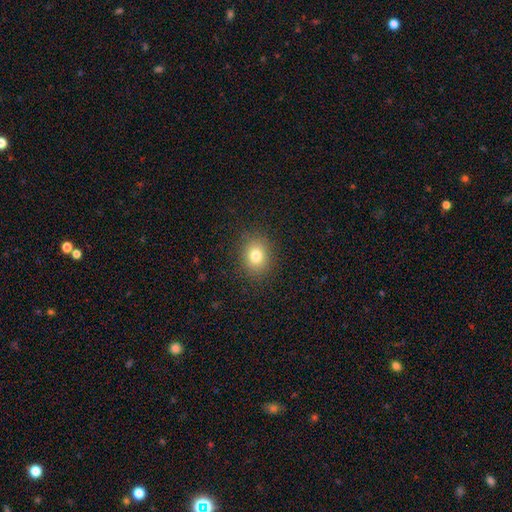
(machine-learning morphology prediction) smooth-or-featured: smooth: 80% | star or artifact: 12% | featured or disk: 8%
  how-rounded: round: 61% | in between: 38% | cigar-shaped: 1%
  merging: none: 88% | minor disturbance: 8% | major disturbance: 3% | merger: 1%